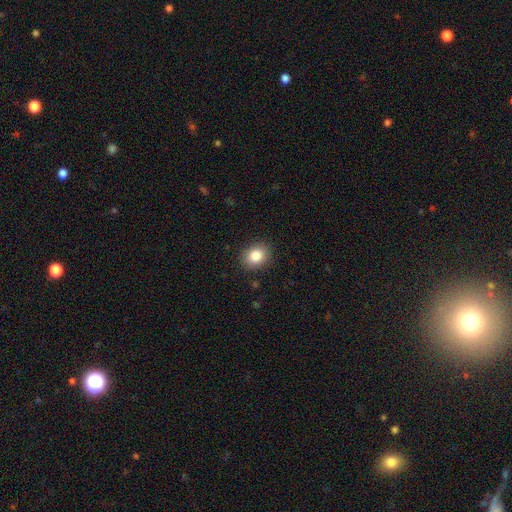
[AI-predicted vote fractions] smooth 84%, star or artifact 9%, featured or disk 7%. Down the decision tree: how rounded — round (56%); merging — none (89%).